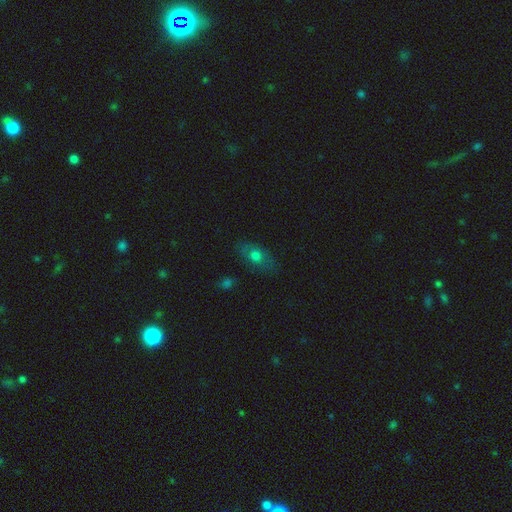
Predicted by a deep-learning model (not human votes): smooth 63%, featured or disk 26%, star or artifact 11%. Down the decision tree: how rounded — in between (80%); merging — none (77%).